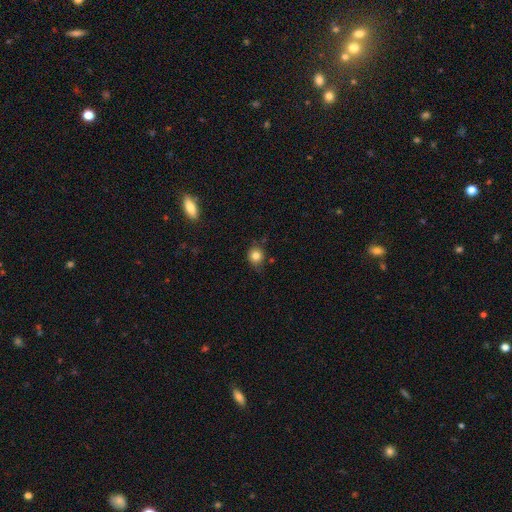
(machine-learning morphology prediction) Smooth or featured: smooth — 82% (star or artifact — 11%)
How rounded: round — 82% (in between — 17%)
Merging: none — 75% (minor disturbance — 18%)